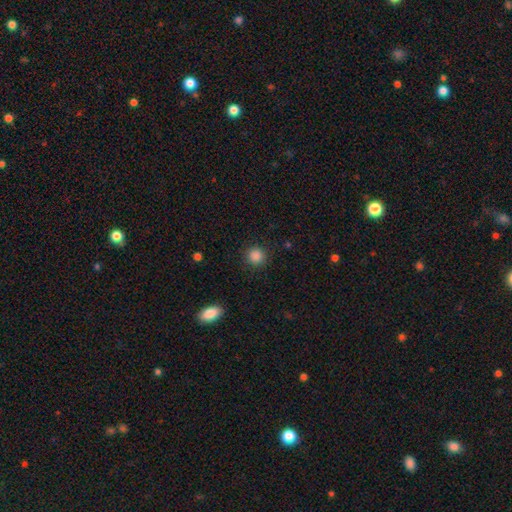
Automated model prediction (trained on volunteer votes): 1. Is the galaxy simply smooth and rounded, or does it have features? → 86% smooth, 11% star or artifact, 3% featured or disk.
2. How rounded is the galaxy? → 93% round, 6% in between, 1% cigar-shaped.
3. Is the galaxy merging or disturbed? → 90% none, 6% minor disturbance, 3% major disturbance, 1% merger.